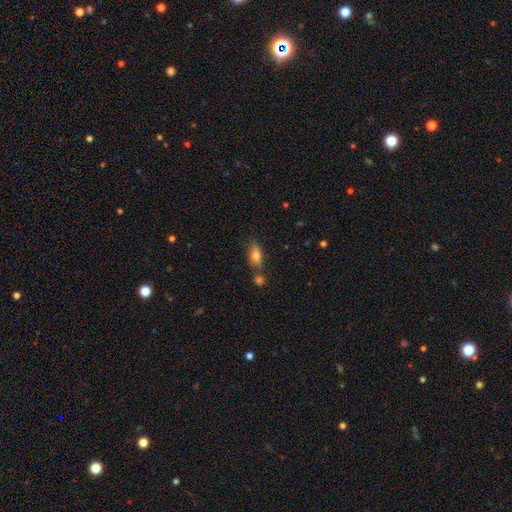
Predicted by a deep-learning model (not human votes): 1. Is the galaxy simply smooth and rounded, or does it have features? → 77% smooth, 14% featured or disk, 9% star or artifact.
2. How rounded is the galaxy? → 82% in between, 13% cigar-shaped, 5% round.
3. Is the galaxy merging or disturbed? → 60% none, 20% merger, 16% minor disturbance, 4% major disturbance.